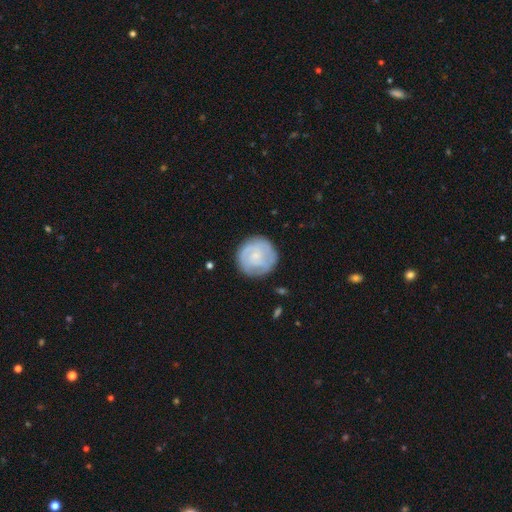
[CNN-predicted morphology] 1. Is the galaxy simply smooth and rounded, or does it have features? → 56% featured or disk, 38% smooth, 6% star or artifact.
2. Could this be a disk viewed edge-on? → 98% no, 2% yes.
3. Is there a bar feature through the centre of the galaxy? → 70% no, 26% weak, 4% strong.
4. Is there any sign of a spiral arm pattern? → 79% yes, 21% no.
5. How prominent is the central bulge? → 68% small, 18% moderate, 11% none, 2% large, 1% dominant.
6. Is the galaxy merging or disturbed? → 81% none, 13% minor disturbance, 5% major disturbance, 1% merger.